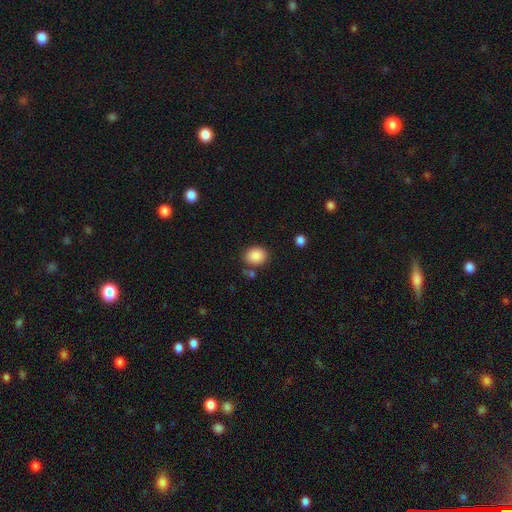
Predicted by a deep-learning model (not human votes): The model was most divided on "how rounded": round: 54%, in between: 45%, cigar-shaped: 1%. More confident: smooth or featured — smooth (88%); merging — none (80%).